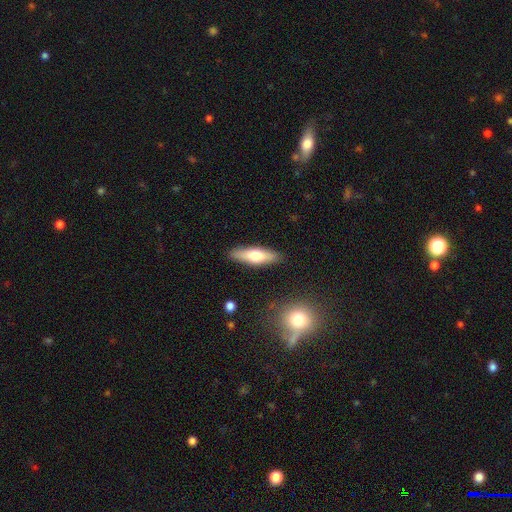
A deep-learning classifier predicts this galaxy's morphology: A smooth galaxy with no disk features (61%) that is cigar-shaped (58%). Merging: none (88%).